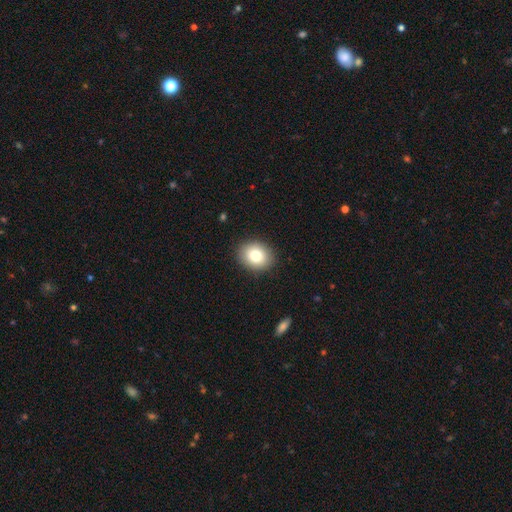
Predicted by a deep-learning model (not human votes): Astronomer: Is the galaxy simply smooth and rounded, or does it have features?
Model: smooth — 79%.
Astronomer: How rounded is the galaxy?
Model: round — 56% (runner-up: in between, 43%).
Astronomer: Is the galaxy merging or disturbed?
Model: none — 90%.